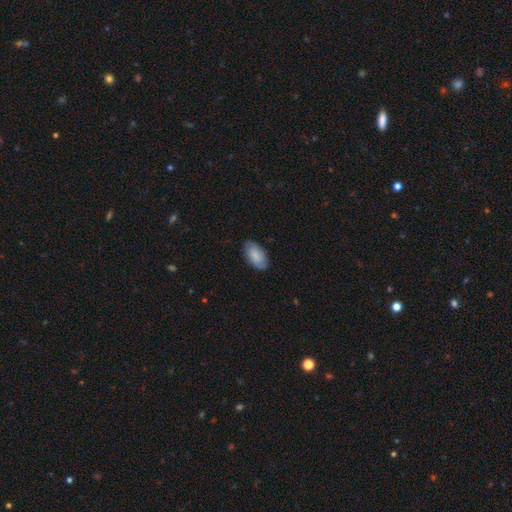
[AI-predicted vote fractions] smooth 72%, featured or disk 22%, star or artifact 6%. Down the decision tree: how rounded — in between (94%); merging — none (81%).